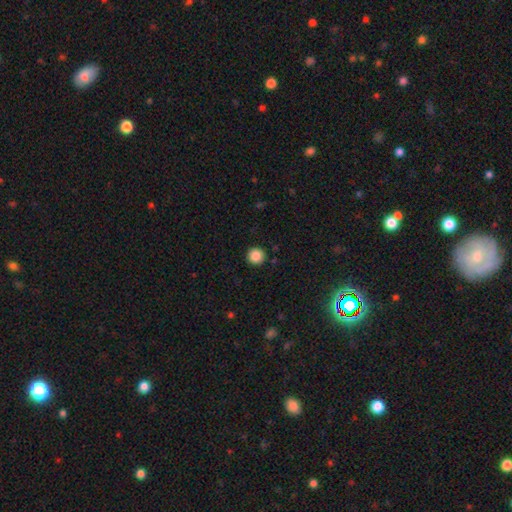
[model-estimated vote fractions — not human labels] The model was most divided on "smooth or featured": smooth: 87%, star or artifact: 10%, featured or disk: 4%. More confident: how rounded — round (96%); merging — none (93%).